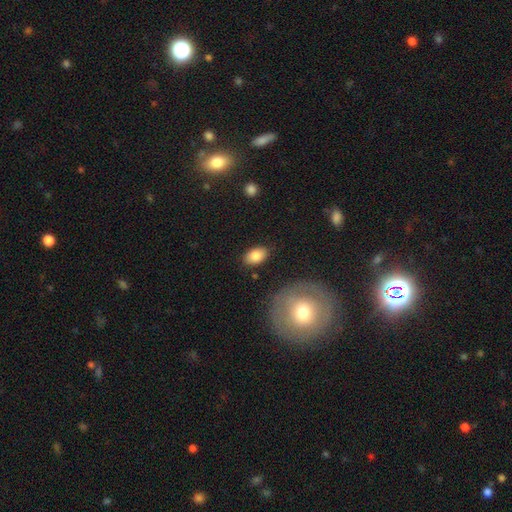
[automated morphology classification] Smooth or featured: smooth — 84% (featured or disk — 9%)
How rounded: in between — 90% (round — 9%)
Merging: none — 84% (minor disturbance — 11%)